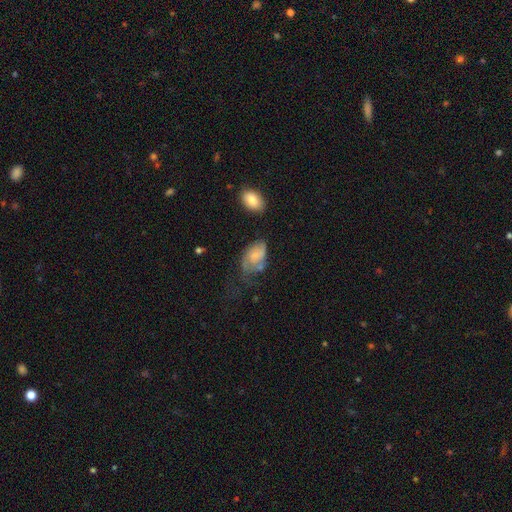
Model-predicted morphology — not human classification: Q: Smooth or featured?
A: smooth (55%); runner-up: featured or disk (37%)
Q: How rounded?
A: in between (89%); runner-up: round (9%)
Q: Merging?
A: none (30%); tied with: major disturbance (30%)